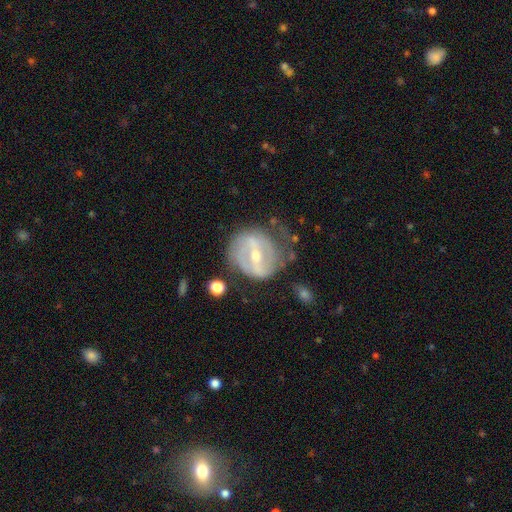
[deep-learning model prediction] Smooth or featured? featured or disk (81%)
Edge-on disk? no (96%)
Bar? strong (59%)
Spiral arms? yes (75%)
Spiral winding? tight (41%)
Spiral arm count? 2 (65%)
Bulge size? small (49%)
Merging? none (57%)